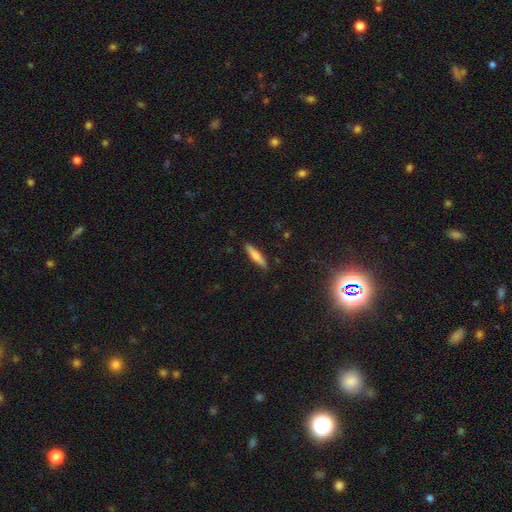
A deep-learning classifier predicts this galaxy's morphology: A smooth galaxy with no disk features (67%) that is cigar-shaped (86%).

Vote fractions:
- Smooth or featured? smooth: 67% / featured or disk: 27% / star or artifact: 6%
- How rounded? cigar-shaped: 86% / in between: 12% / round: 2%
- Merging? none: 88% / minor disturbance: 9% / major disturbance: 2% / merger: 1%